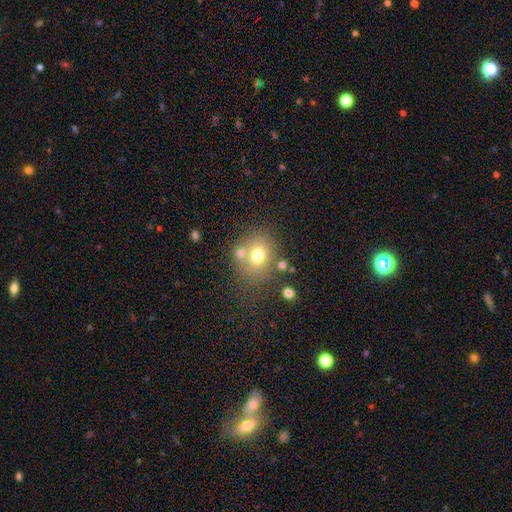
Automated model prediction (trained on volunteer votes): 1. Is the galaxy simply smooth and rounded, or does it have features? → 68% smooth, 17% featured or disk, 16% star or artifact.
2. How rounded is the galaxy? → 64% round, 35% in between, 1% cigar-shaped.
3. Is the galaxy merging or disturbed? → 60% none, 22% merger, 13% minor disturbance, 5% major disturbance.